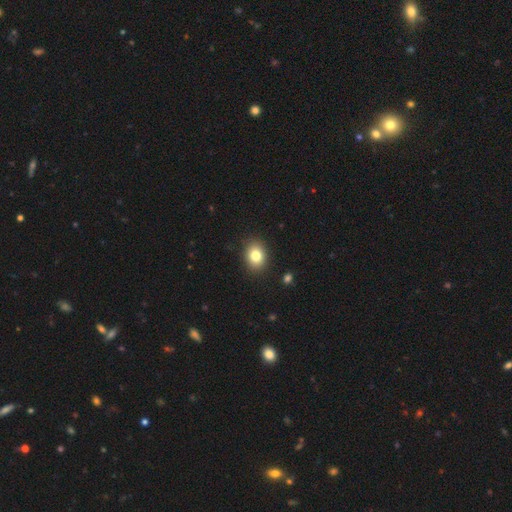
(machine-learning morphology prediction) This is clearly a smooth galaxy (81%). How rounded: possibly in between (57%). Merging: clearly none (89%).